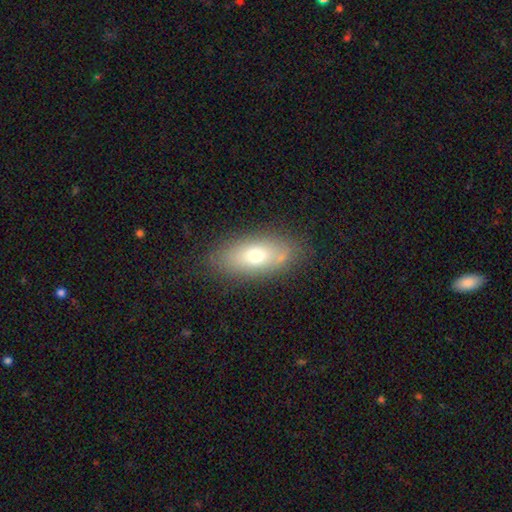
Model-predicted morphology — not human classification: The model was most divided on "smooth or featured": smooth: 68%, featured or disk: 23%, star or artifact: 10%. More confident: how rounded — in between (86%); merging — none (79%).